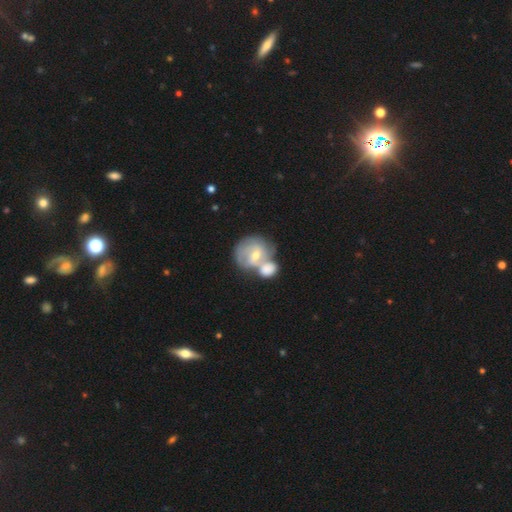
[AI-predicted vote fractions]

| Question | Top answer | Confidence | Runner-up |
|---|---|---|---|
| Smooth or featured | featured or disk | 59% | smooth (33%) |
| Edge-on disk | no | 97% | yes (3%) |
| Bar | no | 46% | weak (40%) |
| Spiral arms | yes | 65% | no (35%) |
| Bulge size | moderate | 48% | small (47%) |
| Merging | merger | 65% | none (22%) |